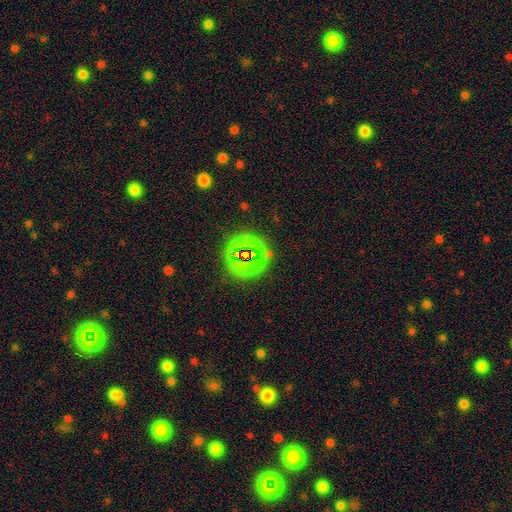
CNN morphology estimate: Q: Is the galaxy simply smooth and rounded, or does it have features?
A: star or artifact — 72%.